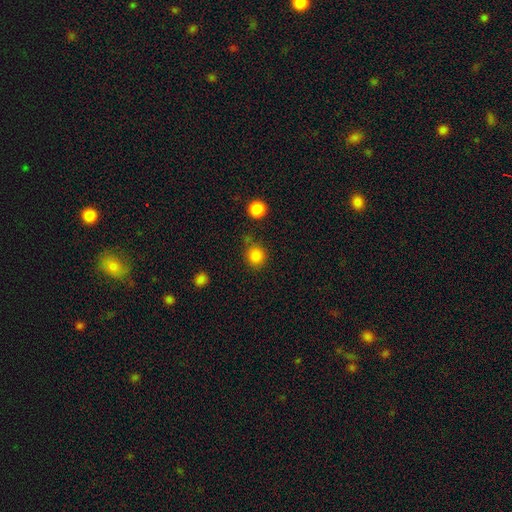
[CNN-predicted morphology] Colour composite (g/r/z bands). It shows a smooth galaxy with no disk features (85%) that is round (88%). Merging: none (76%).